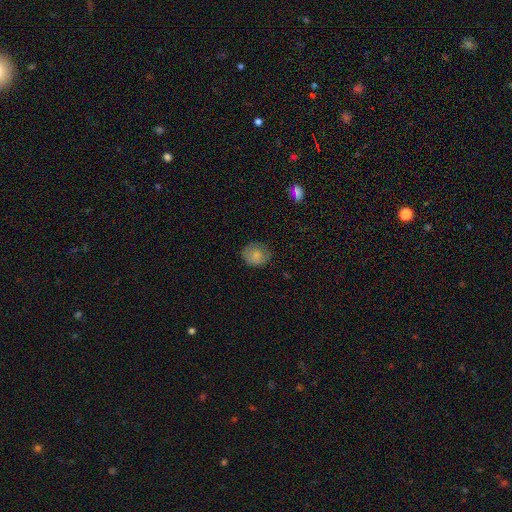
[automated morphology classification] smooth_or_featured: smooth (p=0.82) [alt: featured or disk p=0.09]
how_rounded: round (p=0.74) [alt: in between p=0.25]
merging: none (p=0.77) [alt: minor disturbance p=0.18]